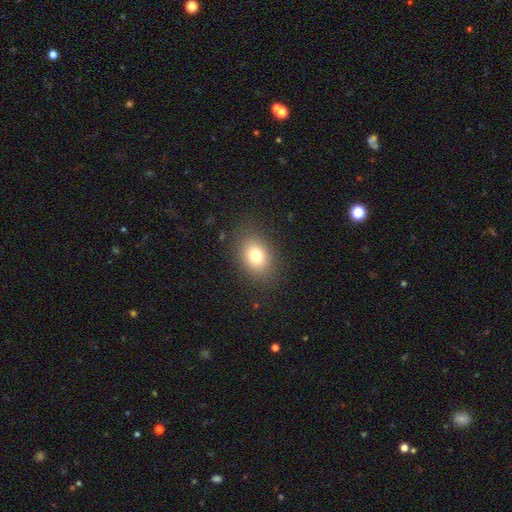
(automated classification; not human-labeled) A smooth galaxy with no disk features (78%) that is in between round and cigar-shaped (71%).

Vote fractions:
- Smooth or featured? smooth: 78% / star or artifact: 11% / featured or disk: 11%
- How rounded? in between: 71% / round: 28% / cigar-shaped: 1%
- Merging? none: 84% / minor disturbance: 10% / major disturbance: 5% / merger: 1%